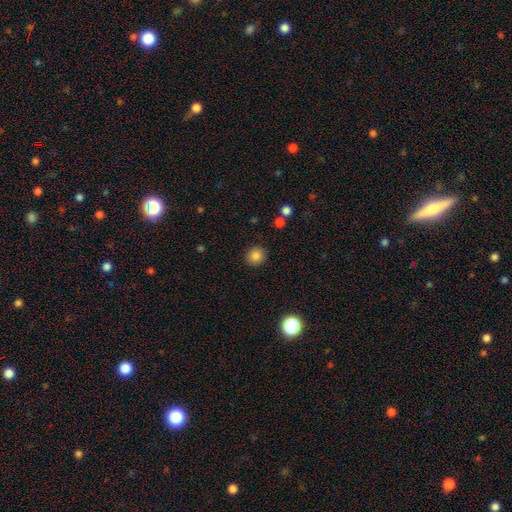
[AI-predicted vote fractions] A smooth galaxy with no disk features (83%) that is round (87%). Merging: none (90%).